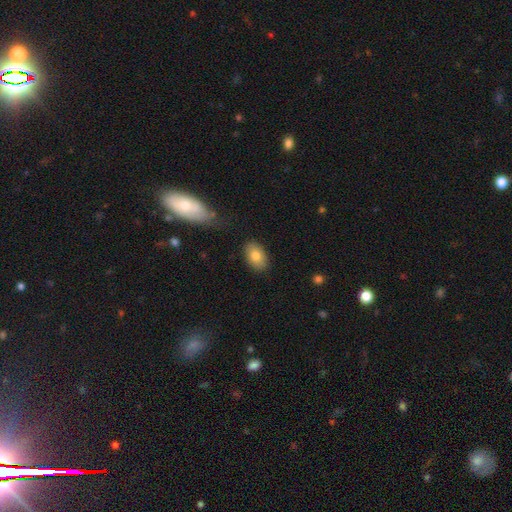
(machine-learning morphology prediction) This is likely a smooth galaxy (80%). How rounded: clearly in between (88%). Merging: clearly none (84%).